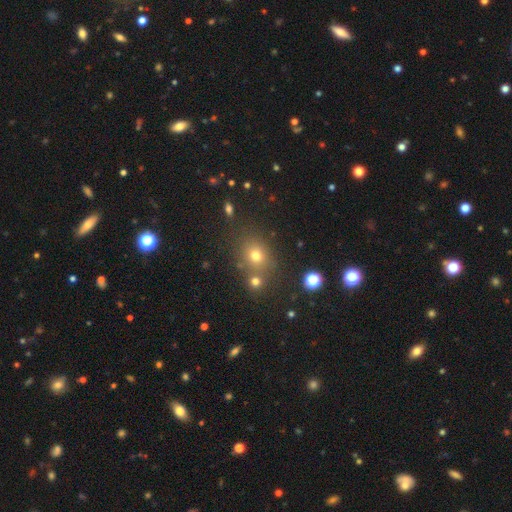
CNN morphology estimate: type=smooth (71%); roundness=round (67%); merging=none (70%).